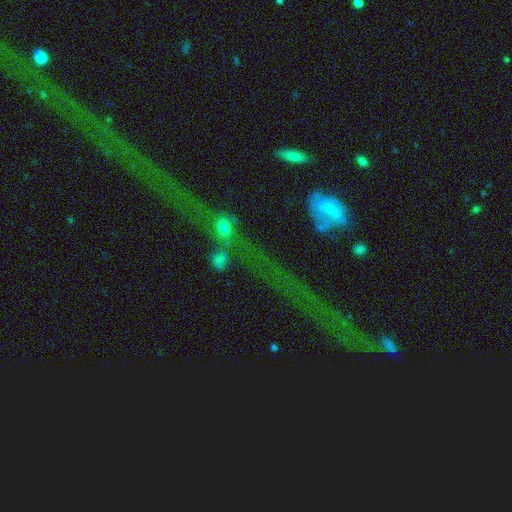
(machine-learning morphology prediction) Smooth or featured?
  - star or artifact: 71% *
  - featured or disk: 16%
  - smooth: 14%